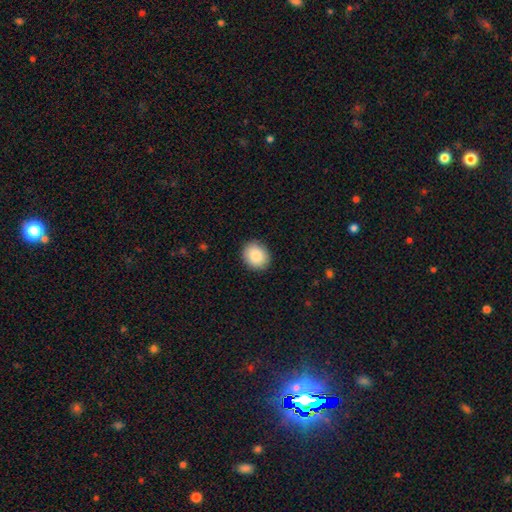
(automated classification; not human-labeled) Morphology: type=smooth (87%); roundness=round (60%); merging=none (89%).